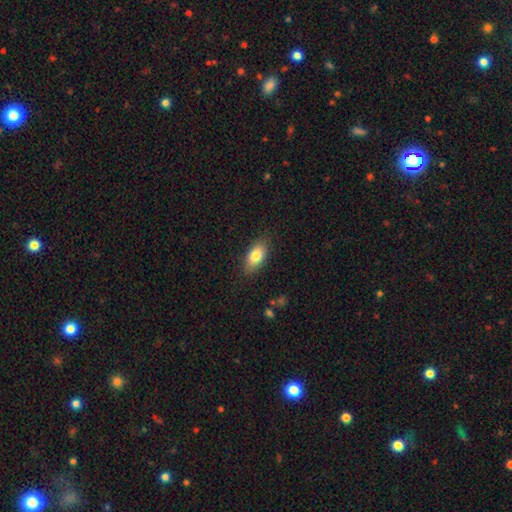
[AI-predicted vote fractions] Morphology: type=smooth (80%); roundness=in between (89%); merging=none (84%).